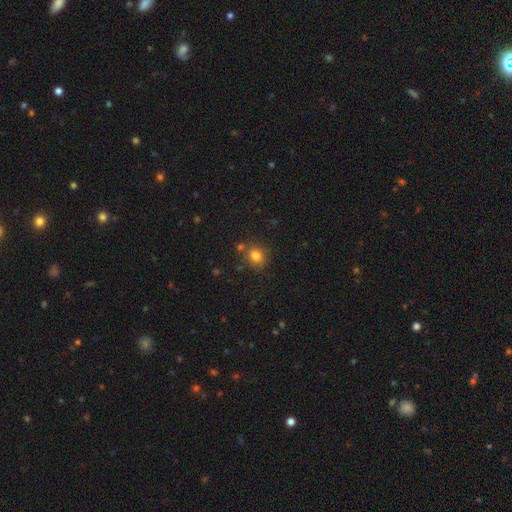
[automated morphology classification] smooth 80%, star or artifact 13%, featured or disk 7%. Down the decision tree: how rounded — round (76%); merging — none (76%).